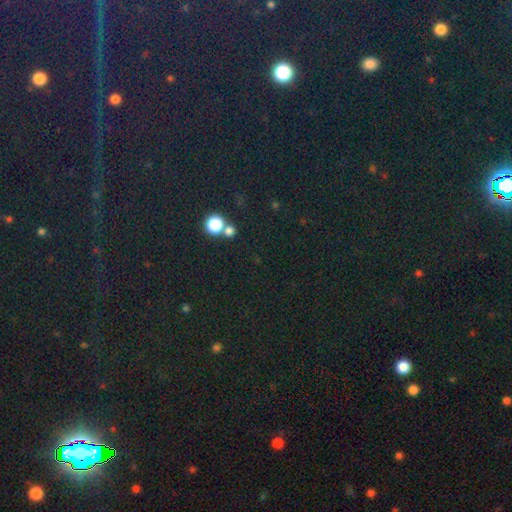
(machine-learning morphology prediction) smooth_or_featured: star or artifact (p=0.78) [alt: smooth p=0.14]